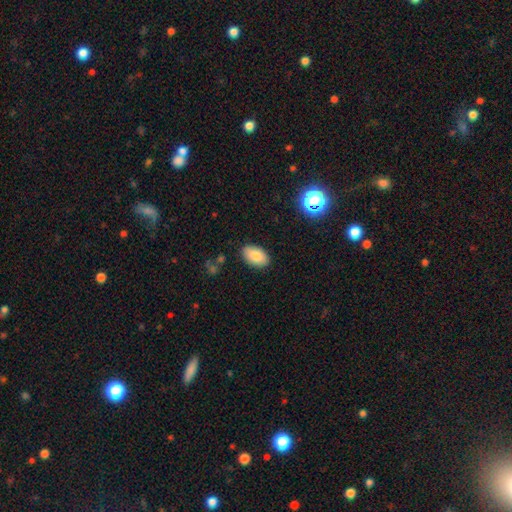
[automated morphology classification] Smooth or featured? smooth (84%)
How rounded? in between (93%)
Merging? none (87%)